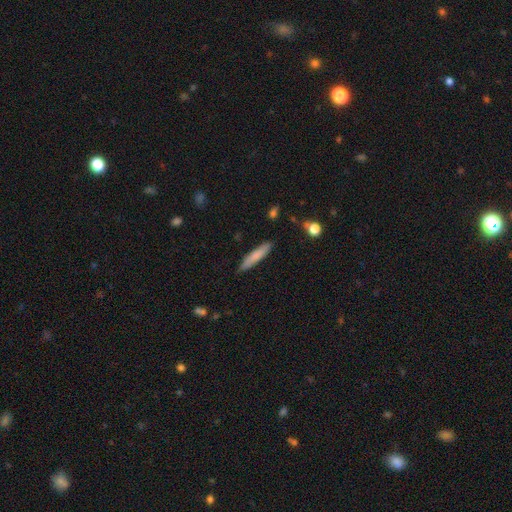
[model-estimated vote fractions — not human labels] smooth 76%, featured or disk 18%, star or artifact 6%. Down the decision tree: how rounded — cigar-shaped (91%); merging — none (85%).